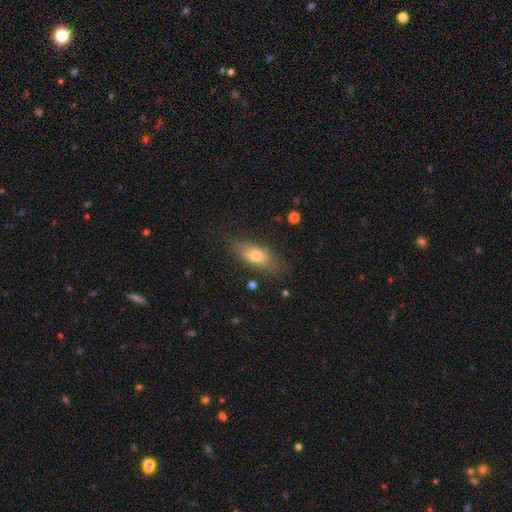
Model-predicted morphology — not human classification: Smooth or featured? Predicted: smooth (p=0.67). How rounded? Predicted: in between (p=0.67). Merging? Predicted: none (p=0.75).